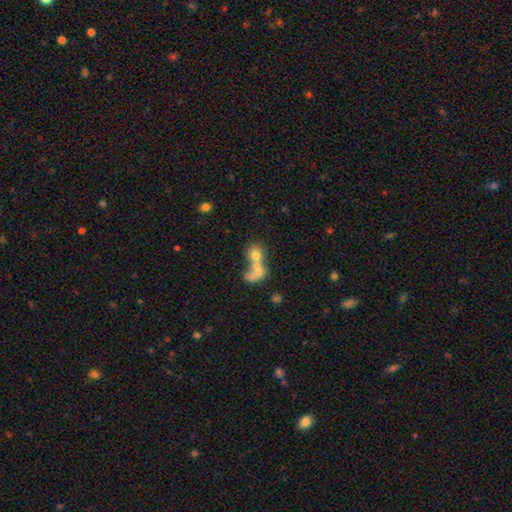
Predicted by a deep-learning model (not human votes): Overall: smooth (62%; featured or disk 26%). How rounded: round (60%; in between 38%). Merging: merger (66%).